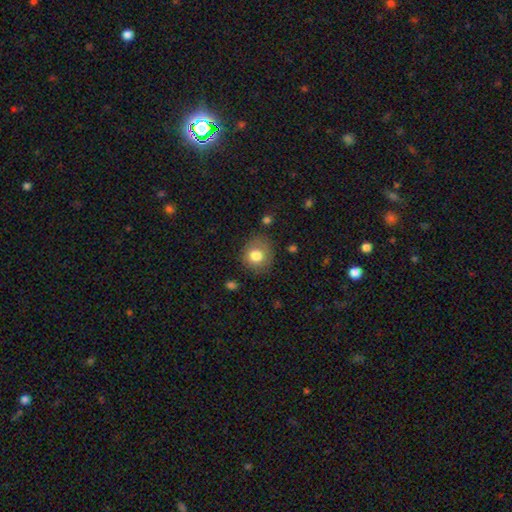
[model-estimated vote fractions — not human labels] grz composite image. It shows a smooth galaxy with no disk features (80%) that is round (80%). Merging: none (72%).